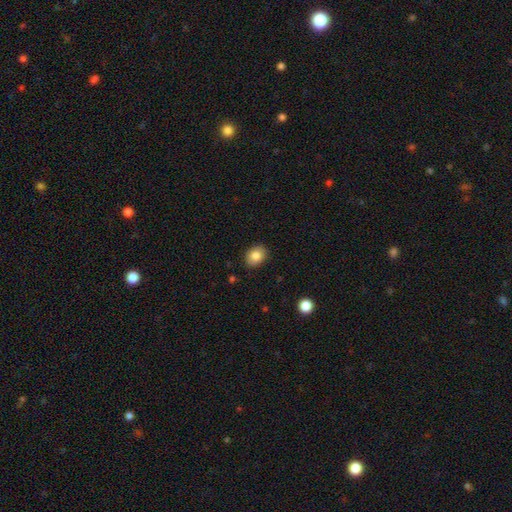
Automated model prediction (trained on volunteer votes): A smooth galaxy with no disk features (83%) that is in between round and cigar-shaped (60%).

Vote fractions:
- Smooth or featured? smooth: 83% / star or artifact: 9% / featured or disk: 8%
- How rounded? in between: 60% / round: 39% / cigar-shaped: 1%
- Merging? none: 88% / minor disturbance: 9% / major disturbance: 2% / merger: 1%